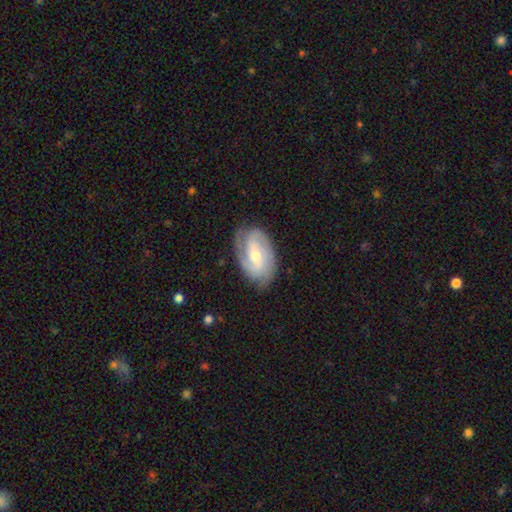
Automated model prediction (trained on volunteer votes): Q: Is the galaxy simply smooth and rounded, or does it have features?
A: featured or disk — 80%.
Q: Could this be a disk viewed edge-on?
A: no — 96%.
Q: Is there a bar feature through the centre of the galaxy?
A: weak — 42%.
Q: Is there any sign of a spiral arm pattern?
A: yes — 94%.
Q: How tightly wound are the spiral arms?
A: tight — 49%.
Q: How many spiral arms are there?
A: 2 — 60%.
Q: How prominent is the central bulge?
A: small — 53%.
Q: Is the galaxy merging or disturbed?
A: none — 77%.